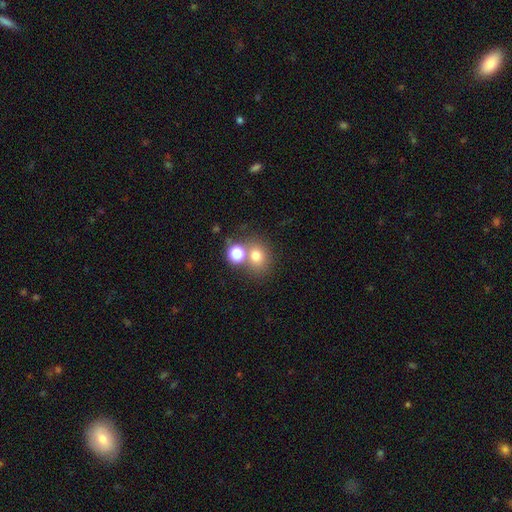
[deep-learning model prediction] Smooth or featured? Predicted: smooth (p=0.73). How rounded? Predicted: round (p=0.72). Merging? Predicted: none (p=0.53).